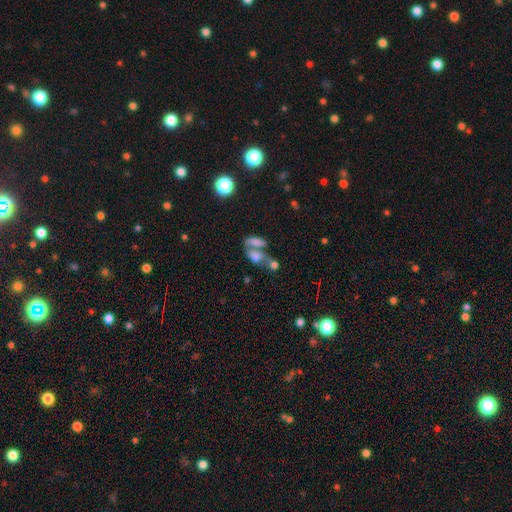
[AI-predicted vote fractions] Smooth or featured?
  - smooth: 61% *
  - featured or disk: 24%
  - star or artifact: 15%
How rounded?
  - in between: 79% *
  - round: 13%
  - cigar-shaped: 8%
Merging?
  - merger: 63% *
  - none: 19%
  - major disturbance: 10%
  - minor disturbance: 8%